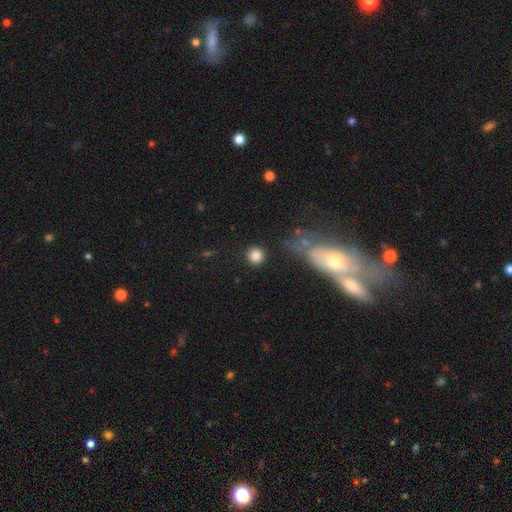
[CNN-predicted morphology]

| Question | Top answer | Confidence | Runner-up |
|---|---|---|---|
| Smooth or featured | smooth | 84% | star or artifact (11%) |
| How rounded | round | 94% | in between (5%) |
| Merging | none | 87% | minor disturbance (6%) |